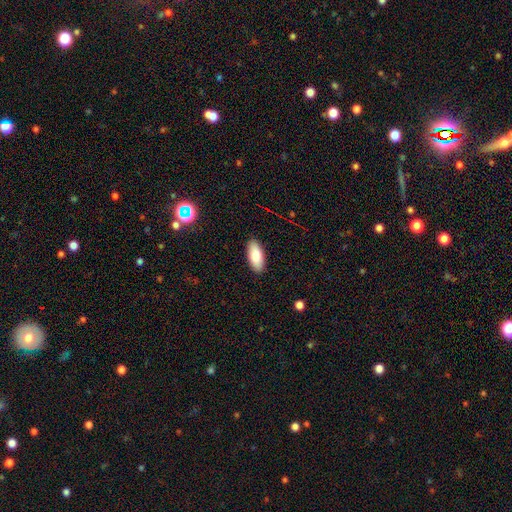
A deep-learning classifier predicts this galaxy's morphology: Smooth or featured?
  - smooth: 84% *
  - featured or disk: 10%
  - star or artifact: 7%
How rounded?
  - in between: 87% *
  - cigar-shaped: 11%
  - round: 2%
Merging?
  - none: 90% *
  - minor disturbance: 7%
  - major disturbance: 2%
  - merger: 1%